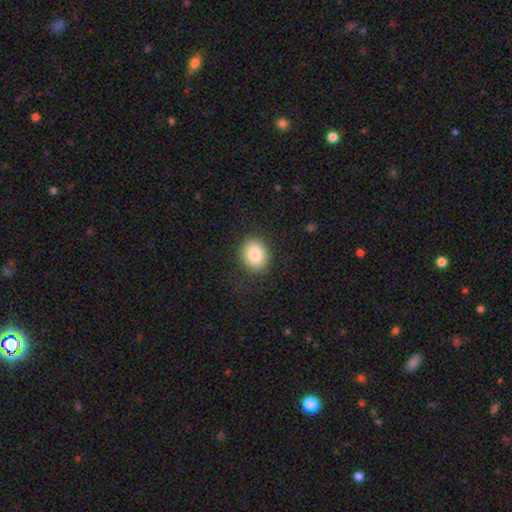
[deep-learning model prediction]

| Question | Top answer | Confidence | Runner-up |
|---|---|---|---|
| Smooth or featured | smooth | 83% | star or artifact (8%) |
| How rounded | round | 57% | in between (43%) |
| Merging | none | 87% | minor disturbance (9%) |